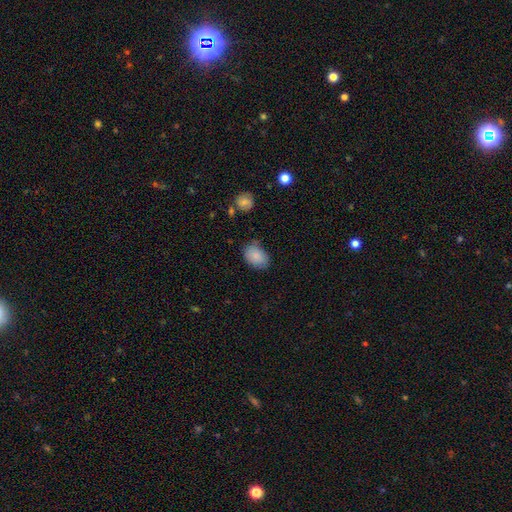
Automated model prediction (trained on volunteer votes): This appears to be a smooth galaxy with no disk features (86%) that is in between round and cigar-shaped (78%). Merging: none (68%).